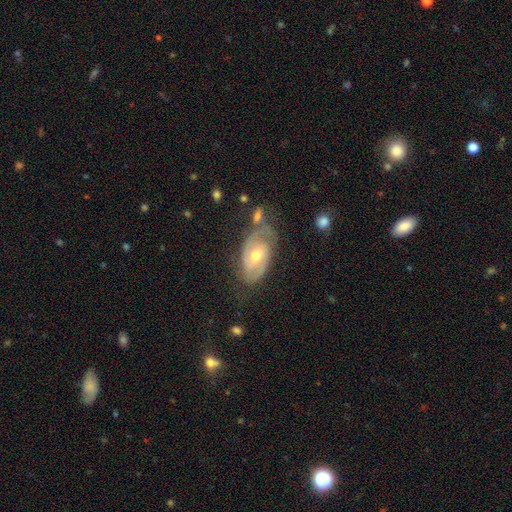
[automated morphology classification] This is clearly a featured or disk galaxy (83%). It is clearly not viewed edge-on (95%). Bar: possibly no (55%). Spiral arm pattern: clearly yes (93%). Spiral arm count: likely 2 (70%). Spiral winding: possibly tight (57%). Central bulge: likely moderate (65%). Merging: possibly none (58%).